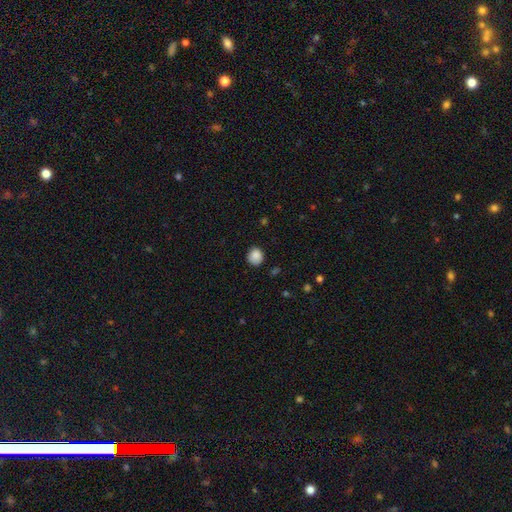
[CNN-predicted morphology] smooth 87%, star or artifact 9%, featured or disk 4%. Down the decision tree: how rounded — round (82%); merging — none (80%).